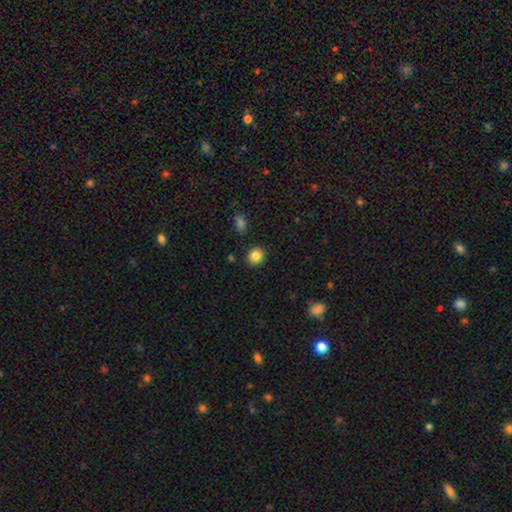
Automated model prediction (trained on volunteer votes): Overall: smooth (86%). How rounded: round (71%). Merging: none (89%).